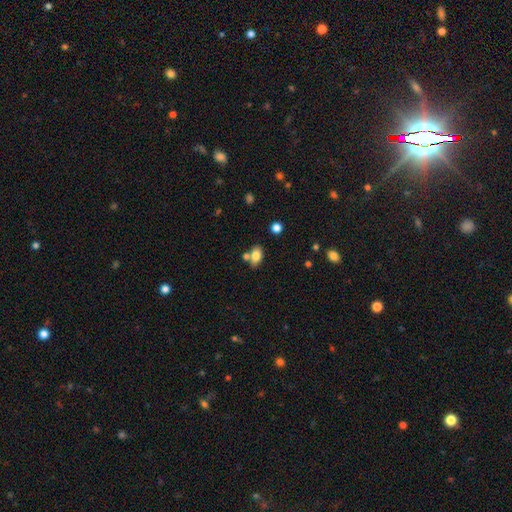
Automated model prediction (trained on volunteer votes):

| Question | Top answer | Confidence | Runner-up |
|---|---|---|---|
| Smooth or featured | smooth | 79% | featured or disk (12%) |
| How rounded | in between | 86% | round (12%) |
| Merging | none | 62% | merger (20%) |